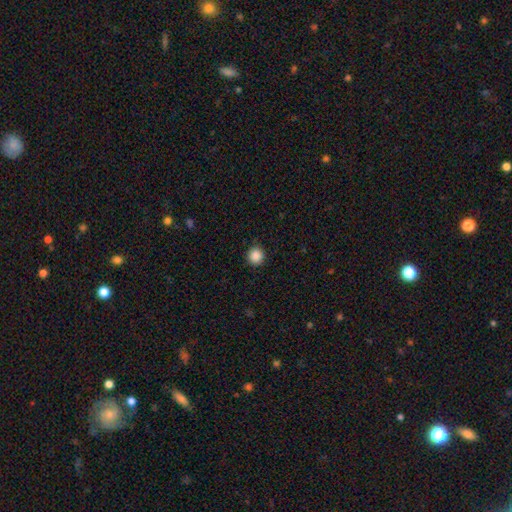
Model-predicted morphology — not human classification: Smooth or featured: smooth — 88% (star or artifact — 10%)
How rounded: round — 95% (in between — 4%)
Merging: none — 92% (minor disturbance — 6%)